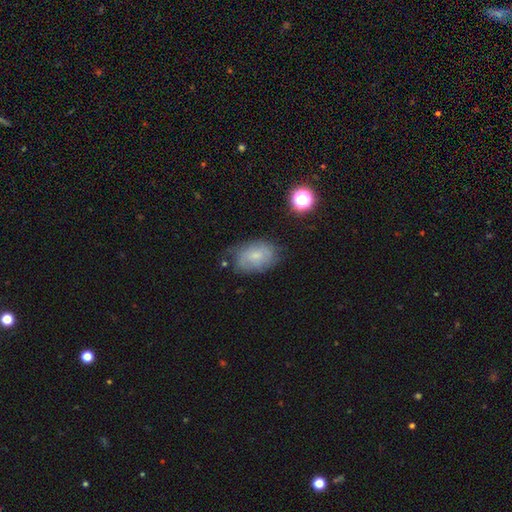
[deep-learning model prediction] Smooth or featured: smooth — 58% (featured or disk — 31%)
How rounded: in between — 84% (round — 14%)
Merging: none — 61% (minor disturbance — 28%)